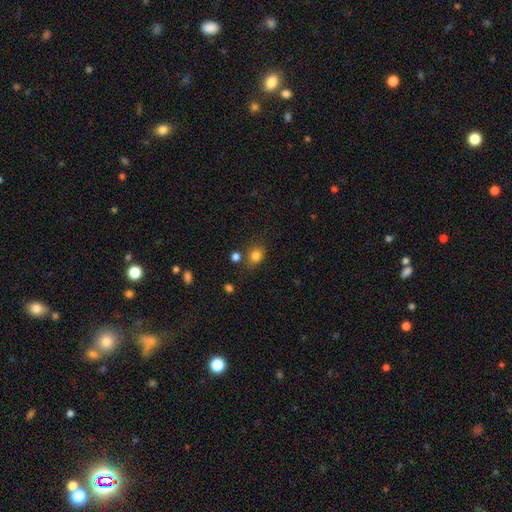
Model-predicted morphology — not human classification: A smooth galaxy with no disk features (82%) that is round (54%). Merging: none (74%).